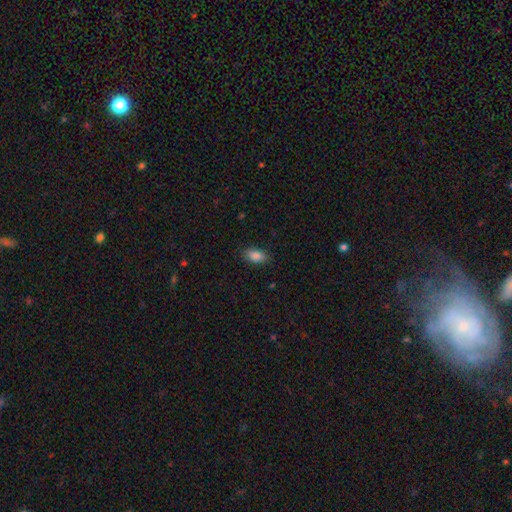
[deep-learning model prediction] Smooth or featured: smooth — 87% (star or artifact — 8%)
How rounded: in between — 91% (cigar-shaped — 5%)
Merging: none — 86% (minor disturbance — 10%)